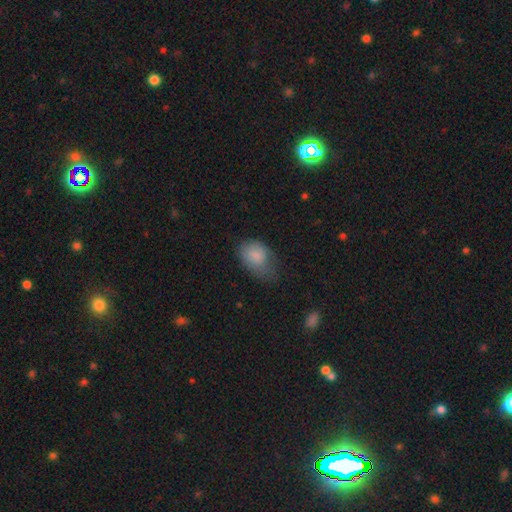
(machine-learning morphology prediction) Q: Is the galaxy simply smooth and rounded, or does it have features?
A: smooth — 83%.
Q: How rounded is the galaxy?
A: in between — 82%.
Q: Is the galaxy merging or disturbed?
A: minor disturbance — 40%.